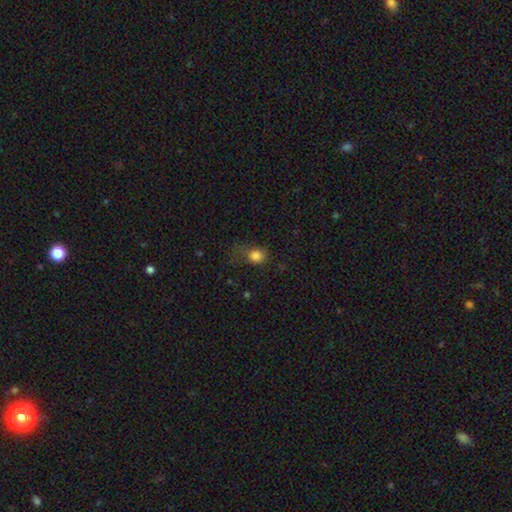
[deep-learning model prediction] smooth 82%, star or artifact 12%, featured or disk 6%. Down the decision tree: how rounded — round (69%); merging — none (52%).